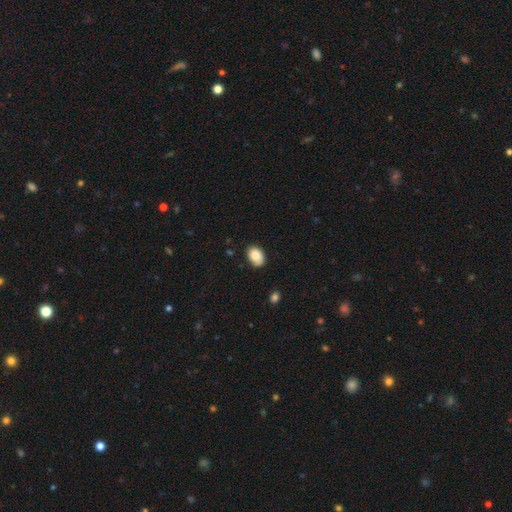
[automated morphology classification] This appears to be a smooth galaxy with no disk features (88%) that is in between round and cigar-shaped (82%). Merging: none (75%).